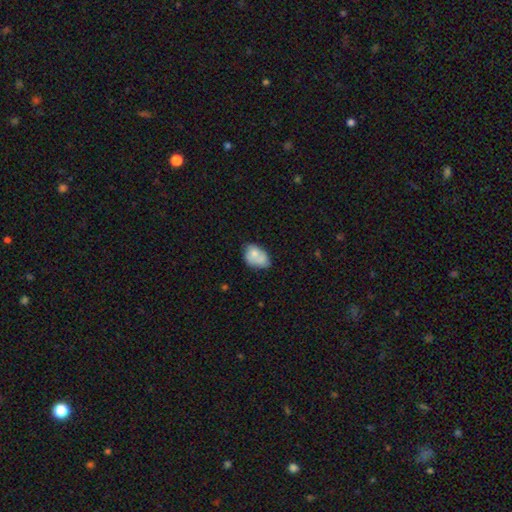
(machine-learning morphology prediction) type=smooth (68%); roundness=in between (78%); merging=none (36%).